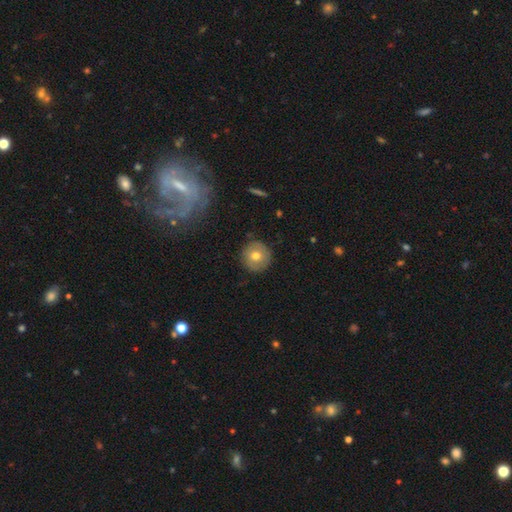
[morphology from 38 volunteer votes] Smooth or featured: smooth — 82% (featured or disk — 13%)
How rounded: round — 94% (in between — 6%)
Merging: none — 83% (minor disturbance — 11%)